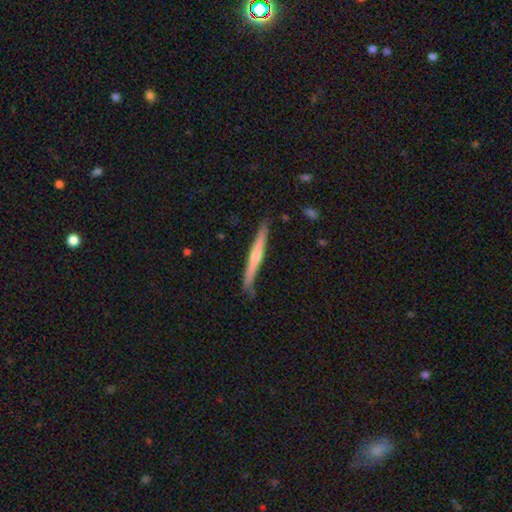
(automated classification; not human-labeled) Smooth or featured? featured or disk (57%)
Edge-on disk? yes (97%)
Edge-on bulge? rounded (56%)
Merging? none (83%)